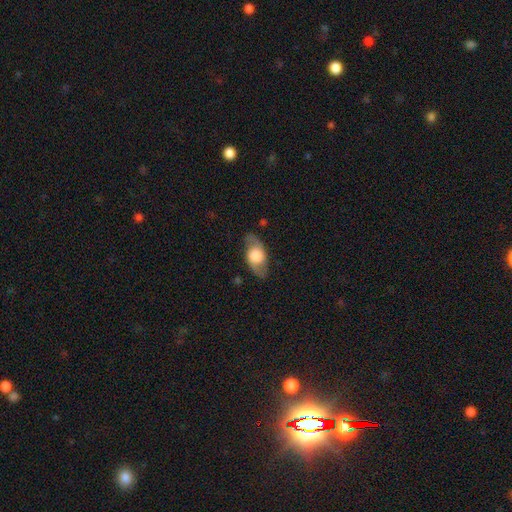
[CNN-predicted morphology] A featured or disk galaxy (49%).

Vote fractions:
- Smooth or featured? featured or disk: 49% / smooth: 45% / star or artifact: 6%
- Merging? none: 81% / minor disturbance: 13% / major disturbance: 5% / merger: 1%